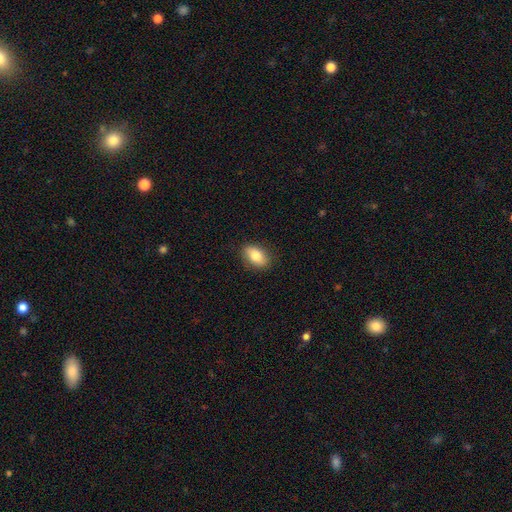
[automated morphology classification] smooth_or_featured: smooth (p=0.82) [alt: featured or disk p=0.11]
how_rounded: in between (p=0.88) [alt: round p=0.09]
merging: none (p=0.86) [alt: minor disturbance p=0.11]